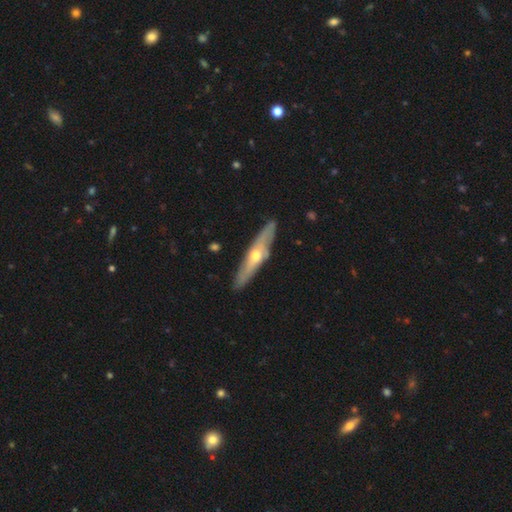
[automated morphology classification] Overall: featured or disk (65%; smooth 29%). Edge-on disk: yes (79%). Edge-on bulge: rounded (87%). Merging: none (87%).